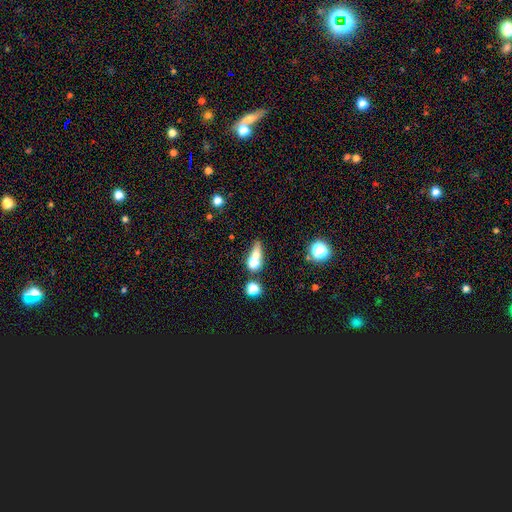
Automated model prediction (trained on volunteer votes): Morphology: type=smooth (63%); roundness=in between (44%); merging=merger (51%).